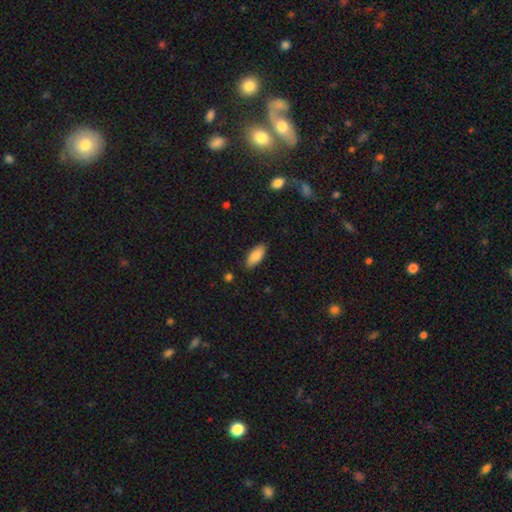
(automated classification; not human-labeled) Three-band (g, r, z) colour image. It shows a smooth galaxy with no disk features (84%) that is in between round and cigar-shaped (84%). Merging: none (86%).